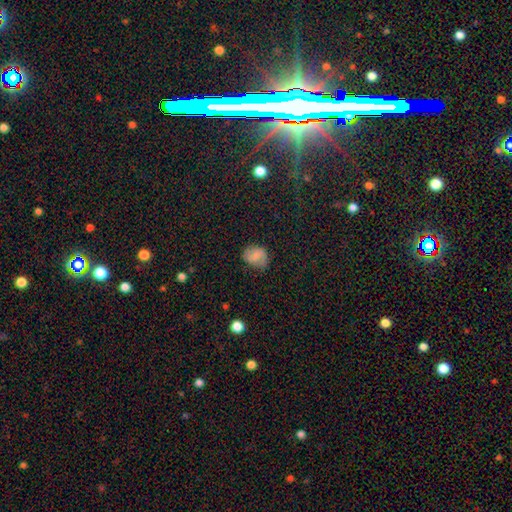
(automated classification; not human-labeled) Q: Smooth or featured?
A: smooth (60%); runner-up: featured or disk (29%)
Q: How rounded?
A: round (55%); runner-up: in between (44%)
Q: Merging?
A: none (71%); runner-up: minor disturbance (21%)